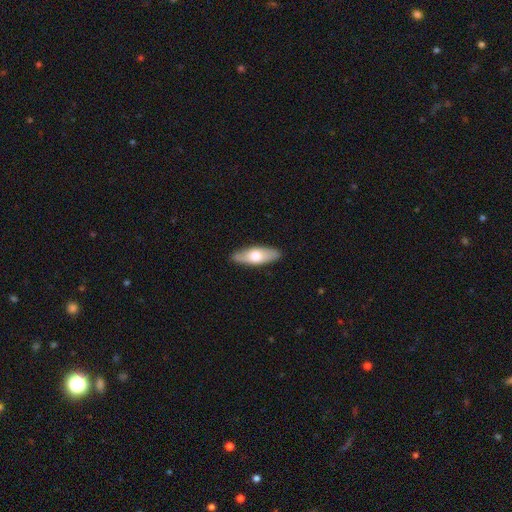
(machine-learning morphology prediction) smooth-or-featured: smooth: 60% | featured or disk: 35% | star or artifact: 5%
  how-rounded: in between: 66% | cigar-shaped: 31% | round: 3%
  merging: none: 89% | minor disturbance: 9% | major disturbance: 2% | merger: 1%